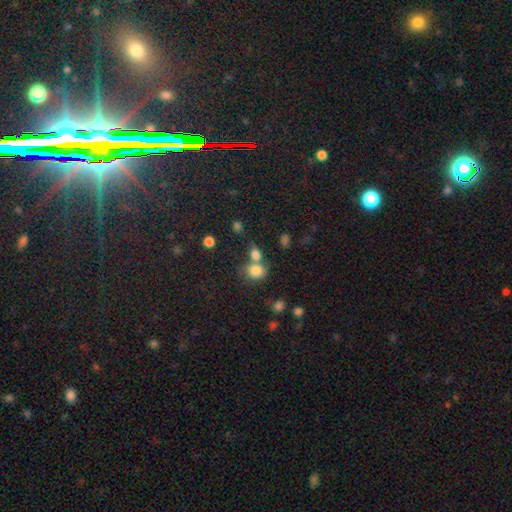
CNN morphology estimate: Smooth or featured? smooth (79%)
How rounded? in between (54%)
Merging? none (46%)